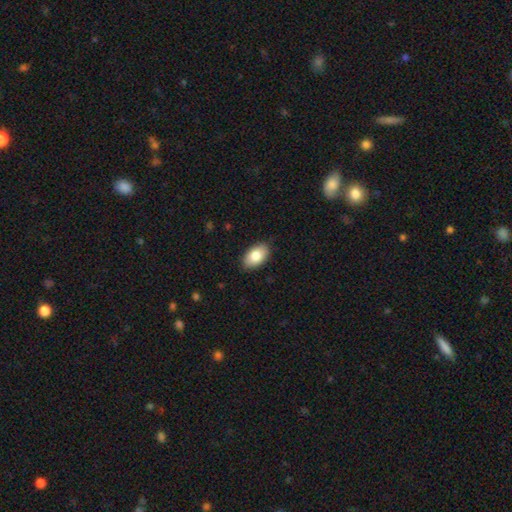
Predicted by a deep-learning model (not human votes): Smooth or featured: smooth — 84% (featured or disk — 10%)
How rounded: in between — 93% (round — 5%)
Merging: none — 87% (minor disturbance — 11%)